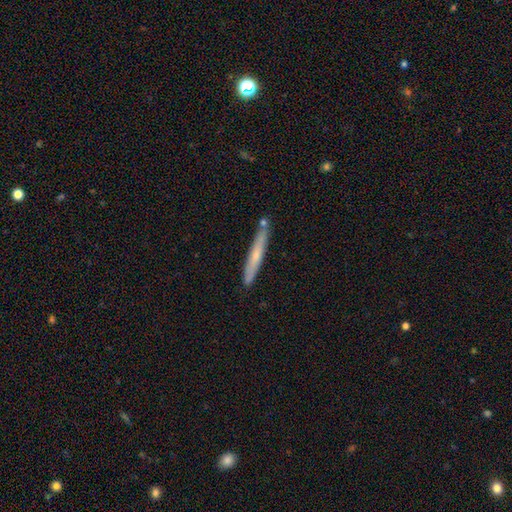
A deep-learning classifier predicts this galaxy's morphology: This appears to be a smooth galaxy with no disk features (54%) that is cigar-shaped (96%). Merging: none (81%).